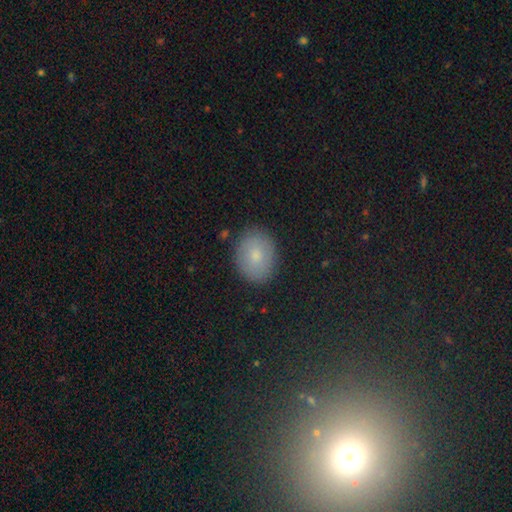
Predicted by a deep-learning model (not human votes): Smooth or featured?
  - smooth: 78% *
  - featured or disk: 12%
  - star or artifact: 10%
How rounded?
  - in between: 60% *
  - round: 39%
  - cigar-shaped: 1%
Merging?
  - none: 87% *
  - minor disturbance: 9%
  - major disturbance: 2%
  - merger: 1%